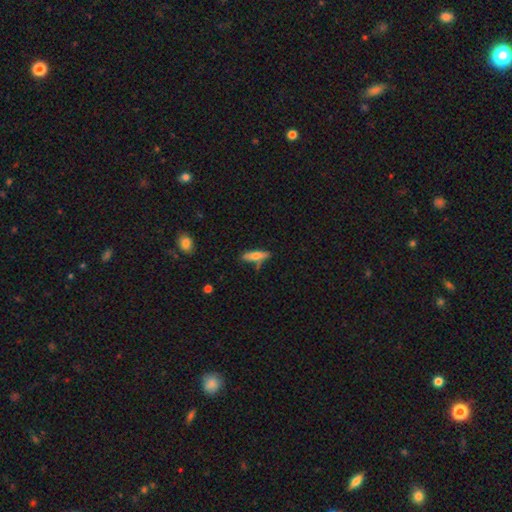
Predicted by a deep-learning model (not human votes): This appears to be a smooth galaxy with no disk features (63%) that is cigar-shaped (68%). Merging: none (68%).